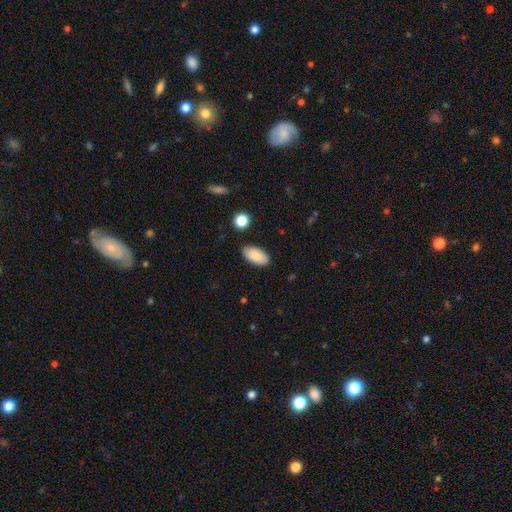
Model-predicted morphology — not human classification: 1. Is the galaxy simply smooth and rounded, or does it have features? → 85% smooth, 8% featured or disk, 7% star or artifact.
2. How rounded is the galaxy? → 94% in between, 3% cigar-shaped, 3% round.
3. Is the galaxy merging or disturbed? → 83% none, 13% minor disturbance, 2% major disturbance, 2% merger.